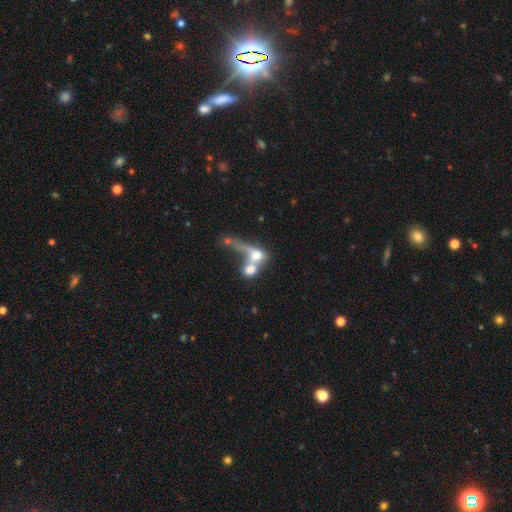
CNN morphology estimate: smooth 59%, featured or disk 31%, star or artifact 10%. Down the decision tree: how rounded — in between (49%); merging — merger (67%).